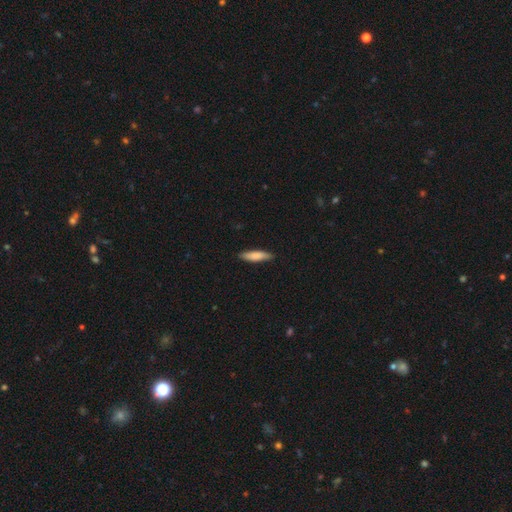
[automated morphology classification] smooth-or-featured: smooth: 81% | featured or disk: 14% | star or artifact: 5%
  how-rounded: cigar-shaped: 71% | in between: 27% | round: 2%
  merging: none: 86% | minor disturbance: 11% | major disturbance: 2% | merger: 1%